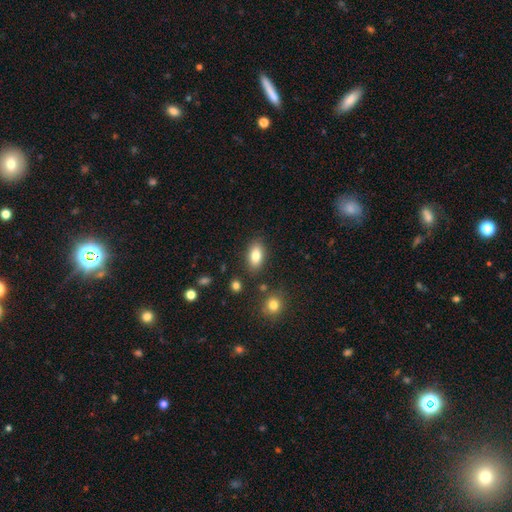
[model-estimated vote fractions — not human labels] Smooth or featured? Predicted: smooth (p=0.82). How rounded? Predicted: in between (p=0.89). Merging? Predicted: none (p=0.84).